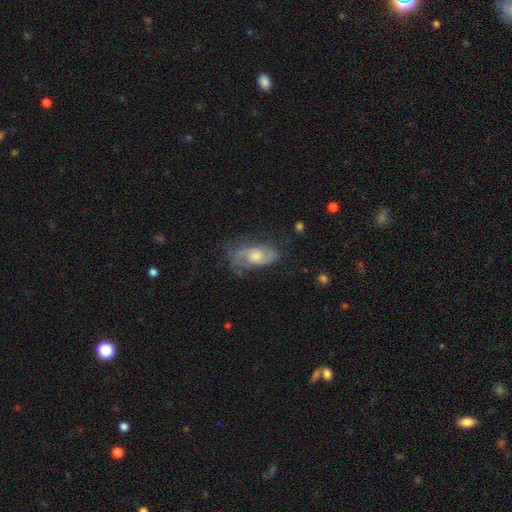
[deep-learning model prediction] Smooth or featured: featured or disk — 73% (smooth — 19%)
Edge-on disk: no — 93% (yes — 7%)
Bar: no — 63% (weak — 32%)
Spiral arms: yes — 91% (no — 9%)
Spiral winding: medium — 46% (loose — 30%)
Spiral arm count: 2 — 76% (can't tell — 13%)
Bulge size: moderate — 54% (small — 28%)
Merging: none — 63% (minor disturbance — 23%)